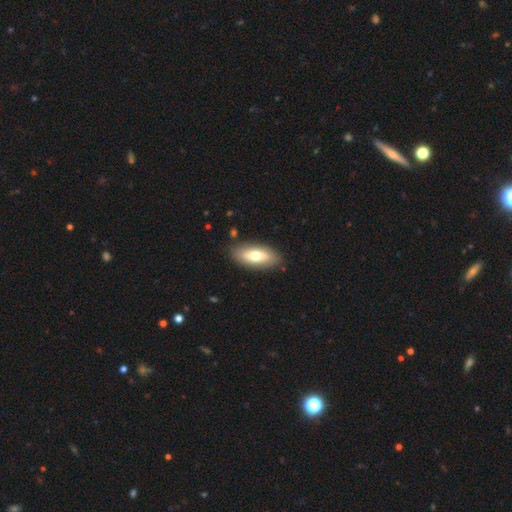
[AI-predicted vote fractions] smooth 68%, featured or disk 27%, star or artifact 6%. Down the decision tree: how rounded — in between (85%); merging — none (85%).